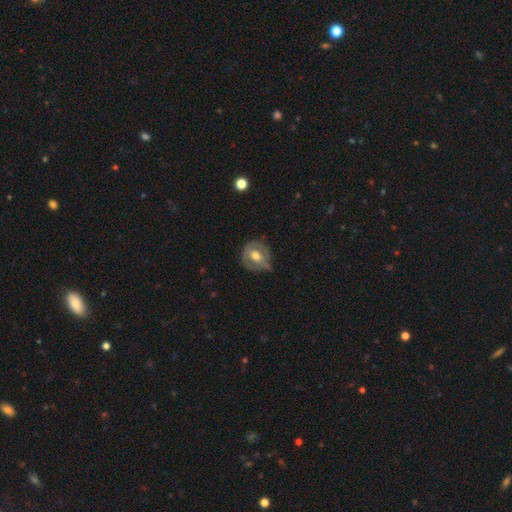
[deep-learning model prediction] This appears to be a smooth galaxy with no disk features (47%). Merging: none (52%).